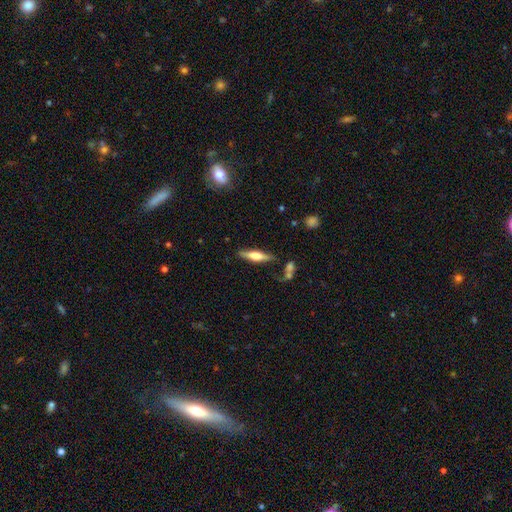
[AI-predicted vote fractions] A featured or disk galaxy (51%) viewed edge-on (94%).

Vote fractions:
- Smooth or featured? featured or disk: 51% / smooth: 42% / star or artifact: 6%
- Edge-on disk? yes: 94% / no: 6%
- Merging? none: 80% / minor disturbance: 12% / merger: 4% / major disturbance: 3%